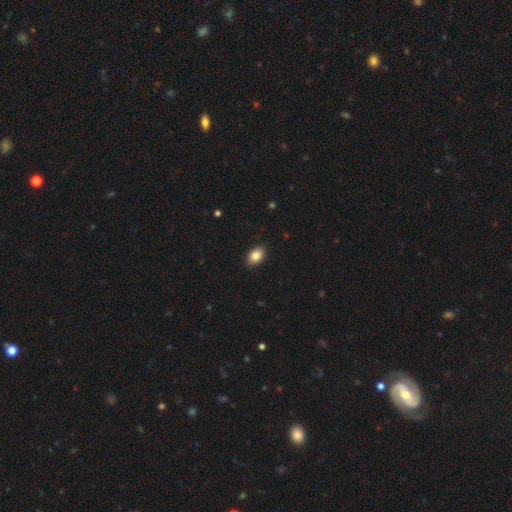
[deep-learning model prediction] smooth 87%, star or artifact 8%, featured or disk 5%. Down the decision tree: how rounded — in between (85%); merging — none (89%).